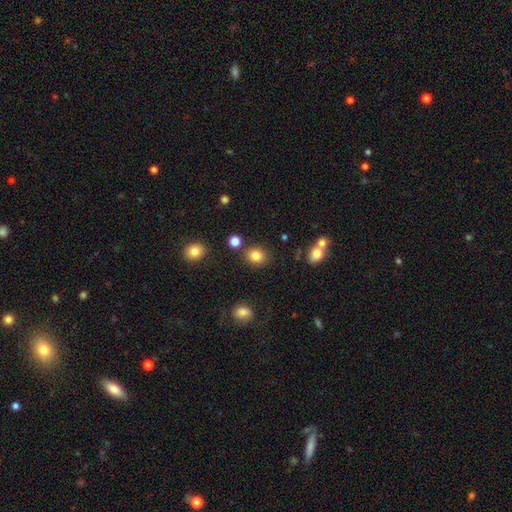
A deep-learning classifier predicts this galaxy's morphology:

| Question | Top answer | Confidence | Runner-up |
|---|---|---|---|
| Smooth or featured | smooth | 83% | star or artifact (11%) |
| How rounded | round | 69% | in between (30%) |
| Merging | none | 82% | minor disturbance (9%) |